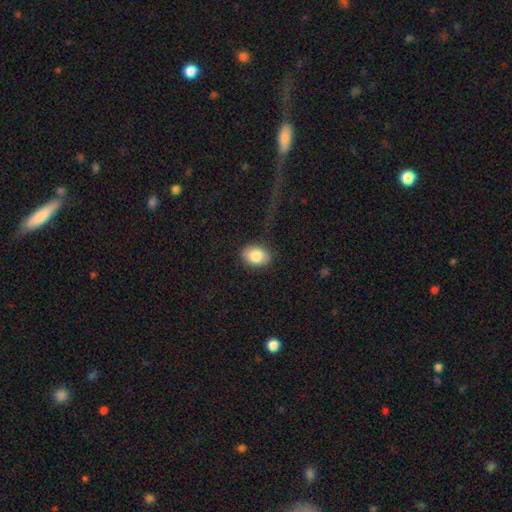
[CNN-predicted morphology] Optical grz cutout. It shows a smooth galaxy with no disk features (86%) that is in between round and cigar-shaped (79%). Merging: none (81%).